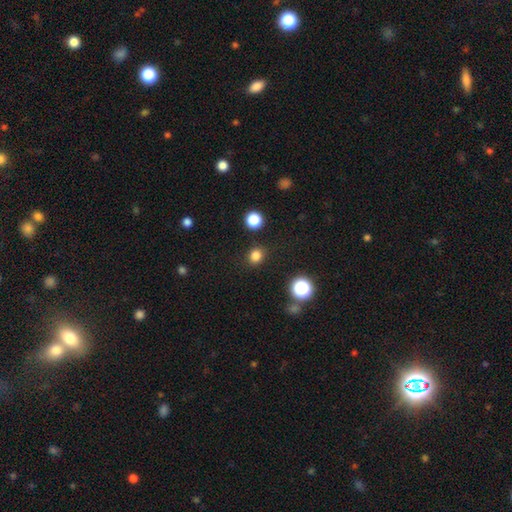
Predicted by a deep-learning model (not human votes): smooth_or_featured: smooth (p=0.81) [alt: star or artifact p=0.15]
how_rounded: round (p=0.76) [alt: in between p=0.23]
merging: none (p=0.88) [alt: minor disturbance p=0.07]